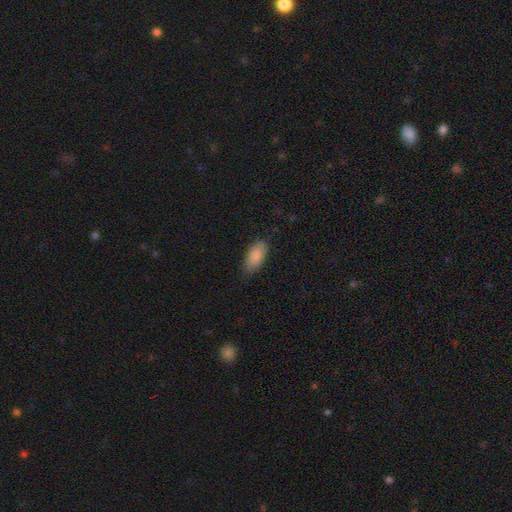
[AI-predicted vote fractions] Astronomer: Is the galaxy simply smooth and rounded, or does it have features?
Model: smooth — 87%.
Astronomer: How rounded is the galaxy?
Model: in between — 89%.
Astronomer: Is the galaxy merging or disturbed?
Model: none — 77%.